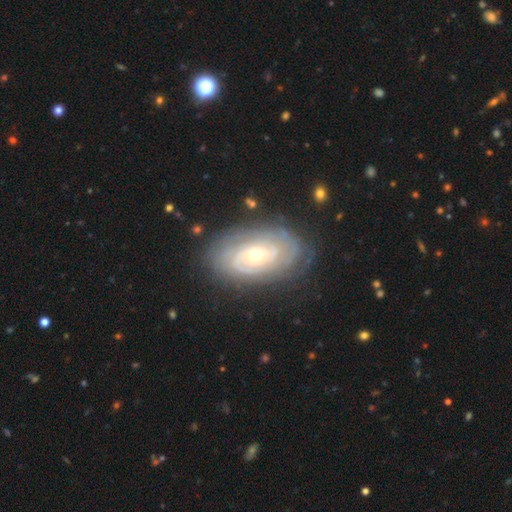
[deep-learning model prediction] Morphology: type=featured or disk (80%); edge-on=no (94%); bar=no (76%); spiral arms=yes (83%); winding=tight (78%); arm count=can't tell (50%); bulge=small (52%); merging=none (77%).